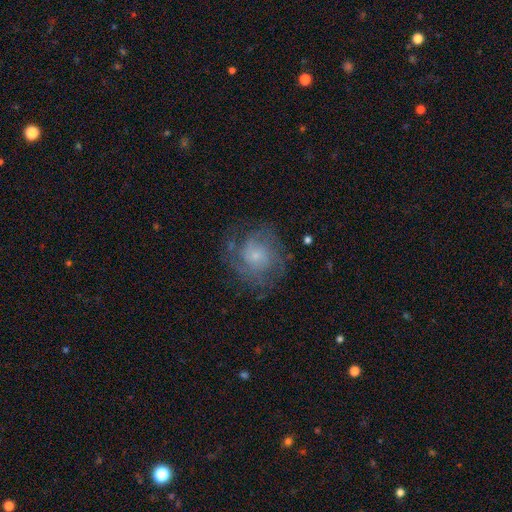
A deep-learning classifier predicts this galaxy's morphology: smooth-or-featured: featured or disk: 64% | smooth: 27% | star or artifact: 9%
  disk-edge-on: no: 98% | yes: 2%
    bar: no: 73% | weak: 24% | strong: 3%
    has-spiral-arms: yes: 81% | no: 19%
      spiral-winding: tight: 47% | medium: 38% | loose: 15%
      spiral-arm-count: can't tell: 45% | 2: 20% | 3: 16% | 4: 8% | 1: 6% | more than 4: 5%
    bulge-size: small: 62% | moderate: 24% | none: 9% | large: 4% | dominant: 1%
  merging: none: 67% | minor disturbance: 18% | major disturbance: 14% | merger: 1%